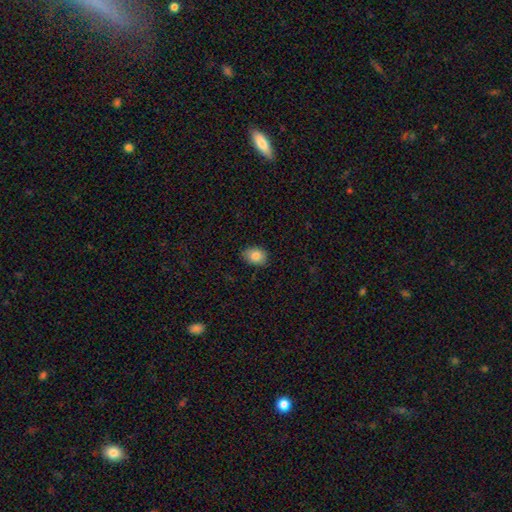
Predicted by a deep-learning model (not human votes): Q: Smooth or featured?
A: smooth (85%); runner-up: star or artifact (8%)
Q: How rounded?
A: in between (71%); runner-up: round (28%)
Q: Merging?
A: none (81%); runner-up: minor disturbance (15%)